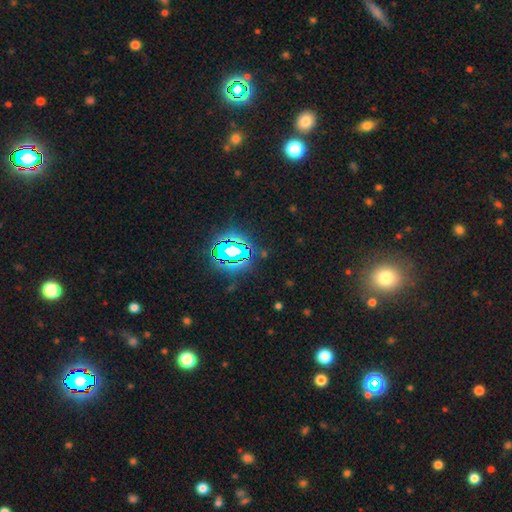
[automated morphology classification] Overall: star or artifact (79%).